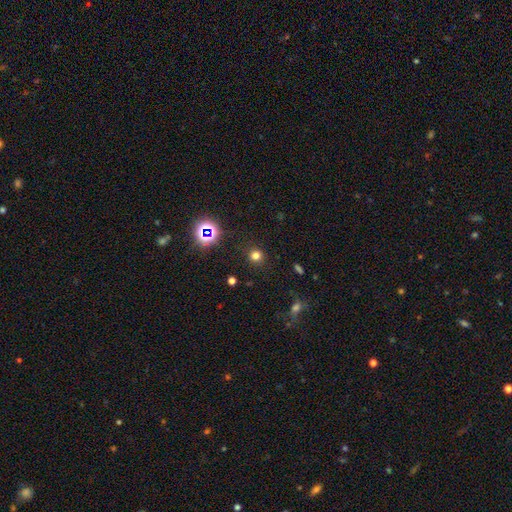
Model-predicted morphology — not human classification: smooth 72%, star or artifact 22%, featured or disk 5%. Down the decision tree: how rounded — round (92%); merging — none (90%).